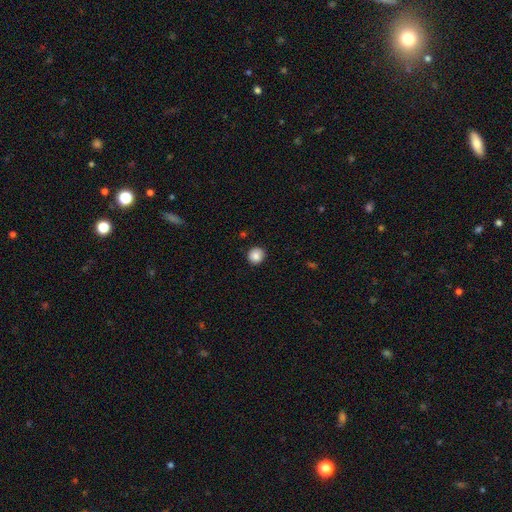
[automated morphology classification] The model was most divided on "smooth or featured": smooth: 87%, star or artifact: 9%, featured or disk: 4%. More confident: merging — none (90%); how rounded — round (89%).